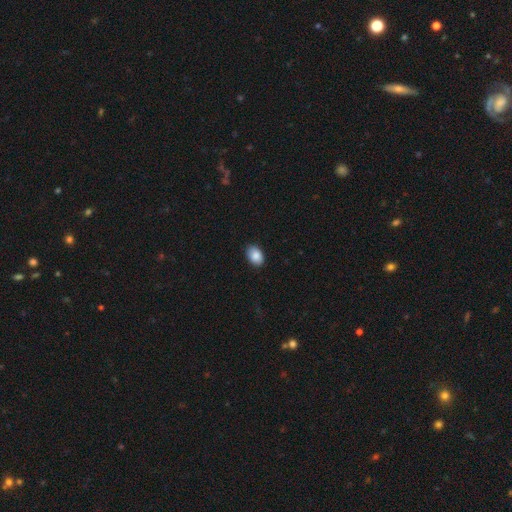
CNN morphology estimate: A smooth galaxy with no disk features (88%) that is in between round and cigar-shaped (83%).

Vote fractions:
- Smooth or featured? smooth: 88% / star or artifact: 7% / featured or disk: 5%
- How rounded? in between: 83% / round: 16% / cigar-shaped: 1%
- Merging? none: 87% / minor disturbance: 10% / major disturbance: 2% / merger: 1%